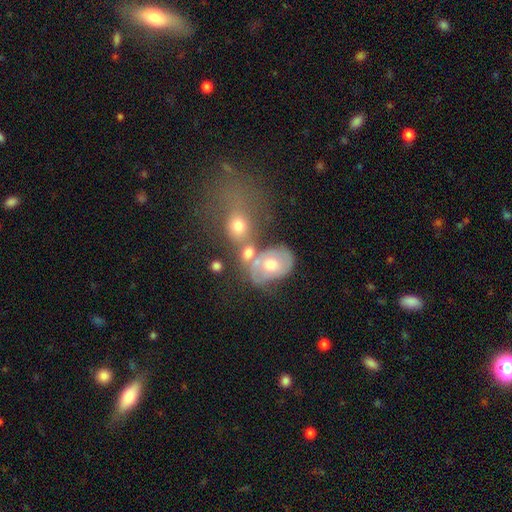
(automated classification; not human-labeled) The model was most divided on "smooth or featured": smooth: 41%, featured or disk: 36%, star or artifact: 23%. More confident: merging — merger (55%).